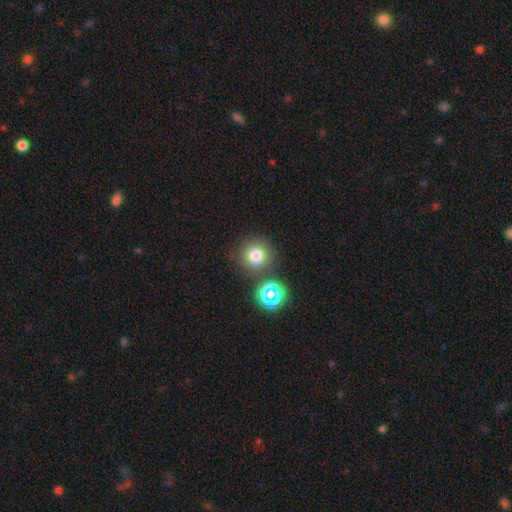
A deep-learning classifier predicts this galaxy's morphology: Smooth or featured? smooth (76%)
How rounded? round (94%)
Merging? none (82%)